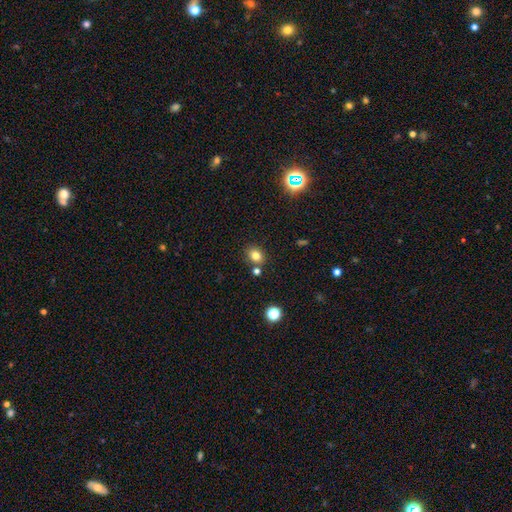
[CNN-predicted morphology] Smooth or featured? smooth (80%)
How rounded? round (53%)
Merging? none (77%)